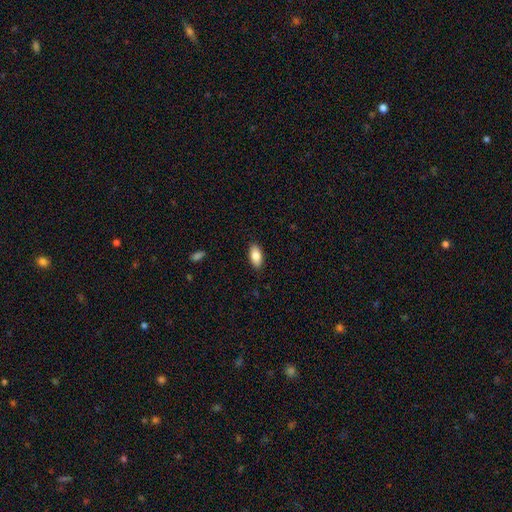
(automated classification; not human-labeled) The model was most divided on "merging": none: 88%, minor disturbance: 9%, major disturbance: 2%, merger: 1%. More confident: how rounded — in between (91%); smooth or featured — smooth (86%).